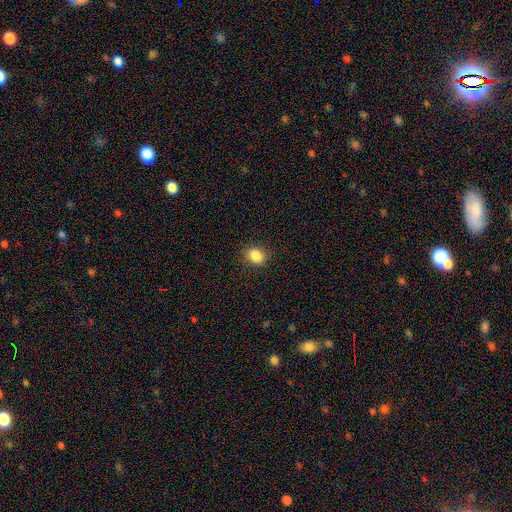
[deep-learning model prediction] A smooth galaxy with no disk features (86%) that is in between round and cigar-shaped (52%).

Vote fractions:
- Smooth or featured? smooth: 86% / star or artifact: 10% / featured or disk: 4%
- How rounded? in between: 52% / round: 47% / cigar-shaped: 1%
- Merging? none: 86% / minor disturbance: 10% / major disturbance: 3% / merger: 1%